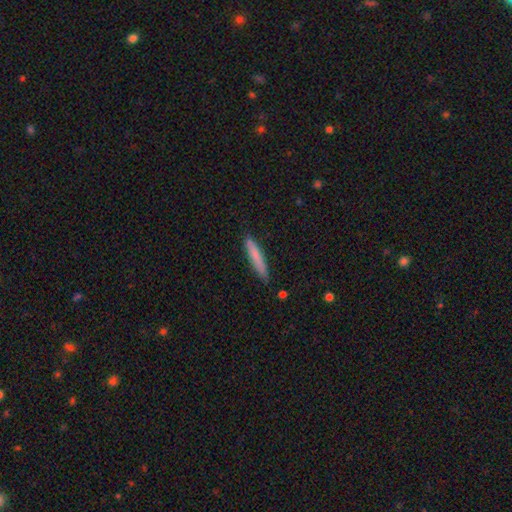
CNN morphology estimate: The model was most divided on "smooth or featured": smooth: 77%, featured or disk: 17%, star or artifact: 6%. More confident: how rounded — cigar-shaped (93%); merging — none (86%).